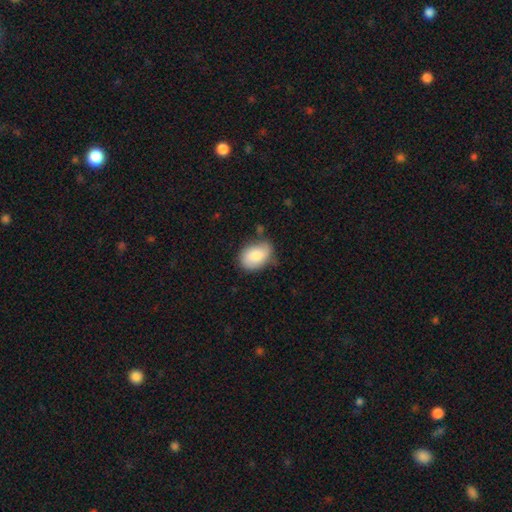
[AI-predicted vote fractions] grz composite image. It shows a smooth galaxy with no disk features (79%) that is in between round and cigar-shaped (83%). Merging: none (62%).